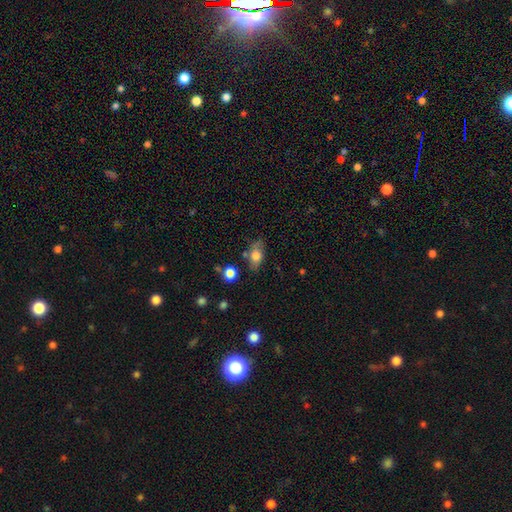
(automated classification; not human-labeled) This is likely a smooth galaxy (73%). How rounded: clearly in between (81%). Merging: likely none (68%).